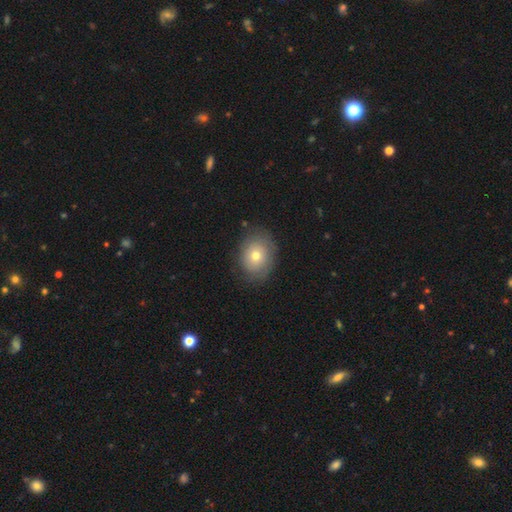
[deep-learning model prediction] A smooth galaxy with no disk features (66%) that is round (54%).

Vote fractions:
- Smooth or featured? smooth: 66% / featured or disk: 23% / star or artifact: 11%
- How rounded? round: 54% / in between: 45% / cigar-shaped: 1%
- Merging? none: 80% / minor disturbance: 14% / major disturbance: 4% / merger: 1%